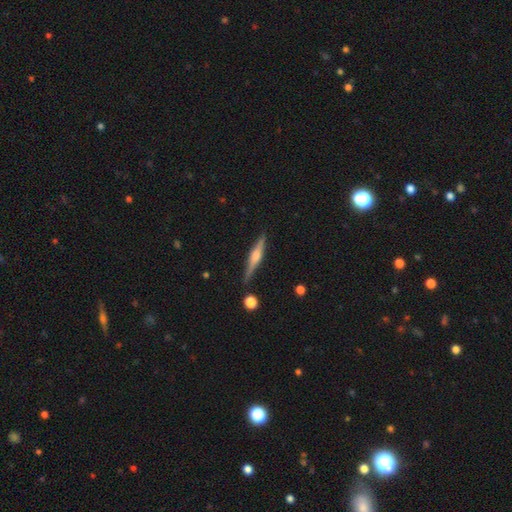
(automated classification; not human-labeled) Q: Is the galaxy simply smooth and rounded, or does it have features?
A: featured or disk — 74%.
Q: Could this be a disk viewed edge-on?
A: yes — 98%.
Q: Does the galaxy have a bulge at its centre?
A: rounded — 85%.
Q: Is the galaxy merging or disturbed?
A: none — 87%.